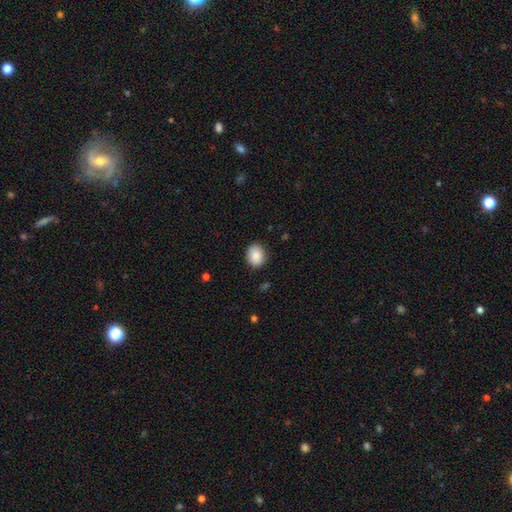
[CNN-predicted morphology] smooth_or_featured: smooth (p=0.88) [alt: star or artifact p=0.08]
how_rounded: round (p=0.52) [alt: in between p=0.47]
merging: none (p=0.87) [alt: minor disturbance p=0.09]